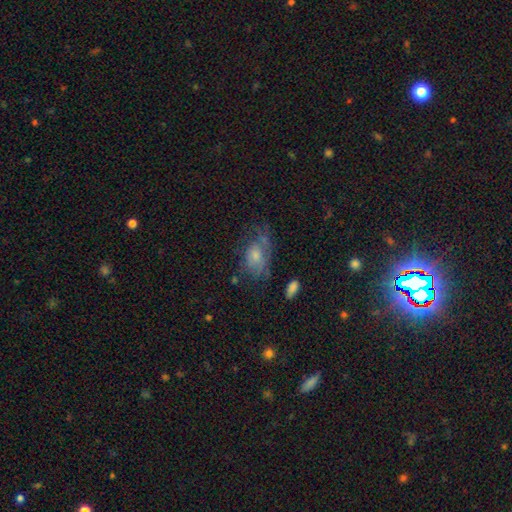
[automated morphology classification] A smooth galaxy with no disk features (47%).

Vote fractions:
- Smooth or featured? smooth: 47% / featured or disk: 40% / star or artifact: 13%
- Merging? none: 42% / minor disturbance: 27% / major disturbance: 27% / merger: 4%